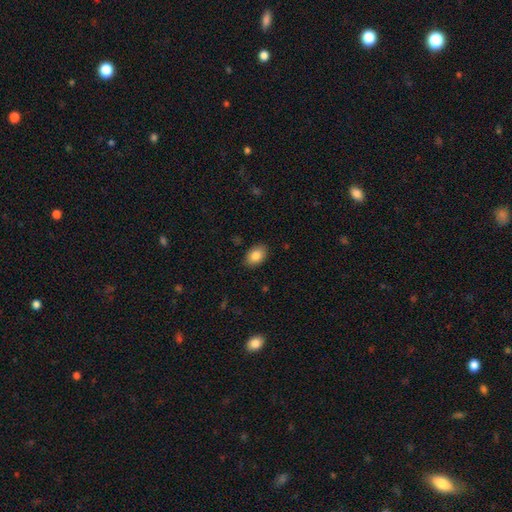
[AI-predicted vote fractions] Overall: smooth (85%). How rounded: in between (85%). Merging: none (87%).